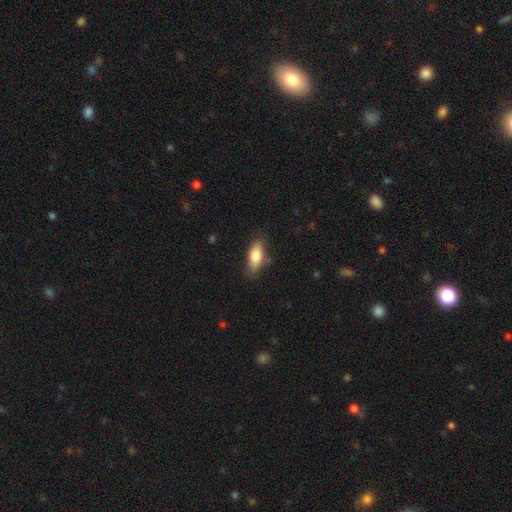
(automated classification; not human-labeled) smooth-or-featured: smooth: 81% | featured or disk: 12% | star or artifact: 6%
  how-rounded: in between: 81% | cigar-shaped: 16% | round: 3%
  merging: none: 77% | minor disturbance: 17% | major disturbance: 4% | merger: 2%